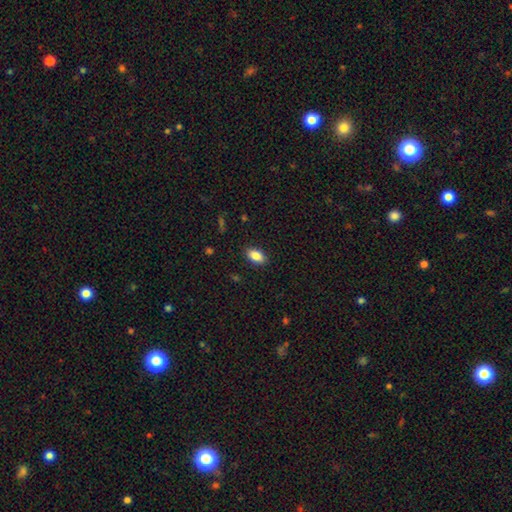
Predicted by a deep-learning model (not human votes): The model was most divided on "smooth or featured": smooth: 87%, star or artifact: 8%, featured or disk: 6%. More confident: how rounded — in between (91%); merging — none (88%).